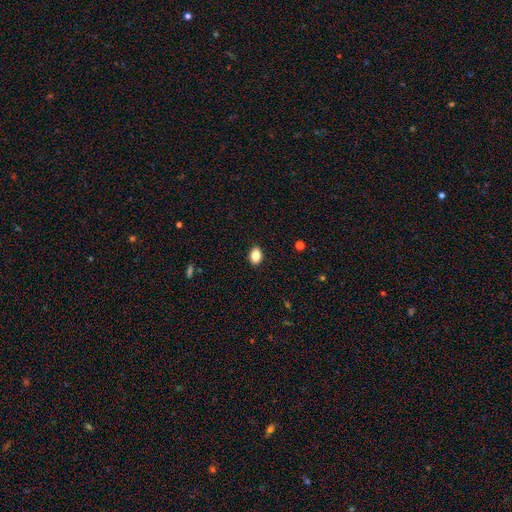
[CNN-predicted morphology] A smooth galaxy with no disk features (85%) that is in between round and cigar-shaped (80%).

Vote fractions:
- Smooth or featured? smooth: 85% / star or artifact: 9% / featured or disk: 6%
- How rounded? in between: 80% / round: 19% / cigar-shaped: 1%
- Merging? none: 90% / minor disturbance: 7% / major disturbance: 2% / merger: 1%